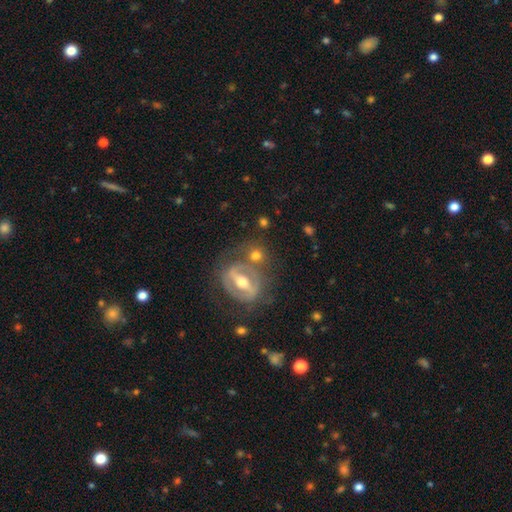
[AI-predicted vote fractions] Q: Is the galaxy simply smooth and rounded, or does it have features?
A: featured or disk — 52%.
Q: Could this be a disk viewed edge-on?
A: no — 86%.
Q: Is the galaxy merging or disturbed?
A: none — 61%.